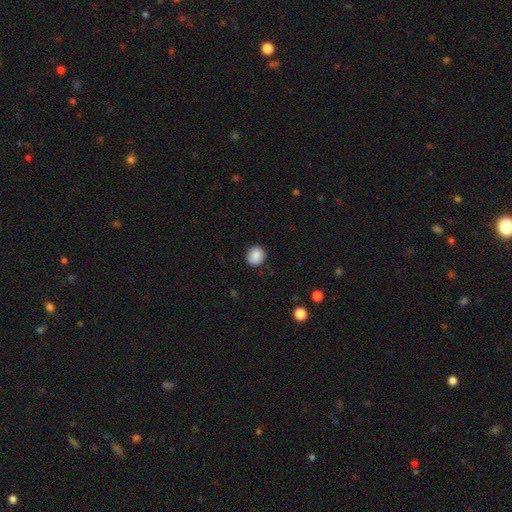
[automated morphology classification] A smooth galaxy with no disk features (87%) that is round (84%). Merging: none (86%).